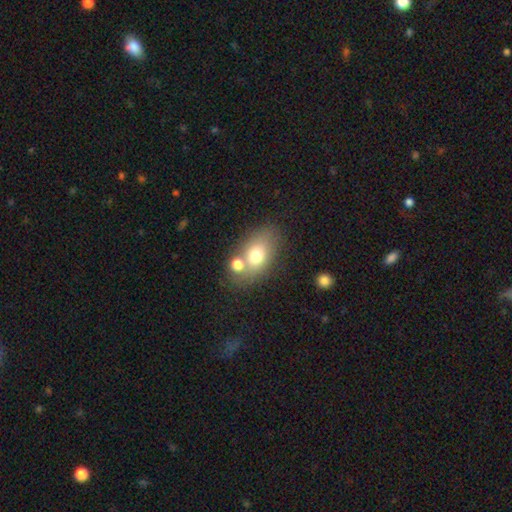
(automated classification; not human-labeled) Smooth or featured: smooth — 70% (featured or disk — 19%)
How rounded: in between — 78% (round — 20%)
Merging: none — 55% (merger — 28%)